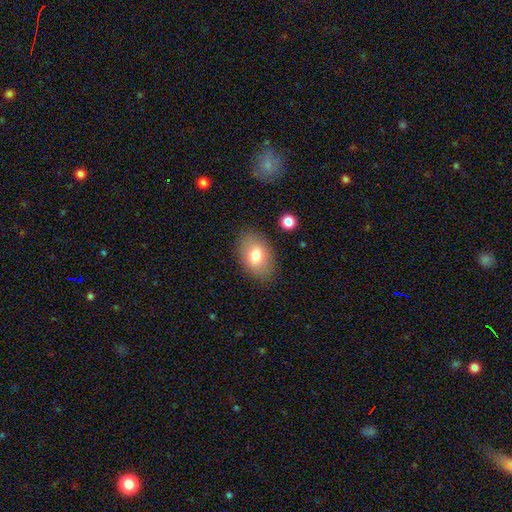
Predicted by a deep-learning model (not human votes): A smooth galaxy with no disk features (77%) that is in between round and cigar-shaped (88%). Merging: none (82%).